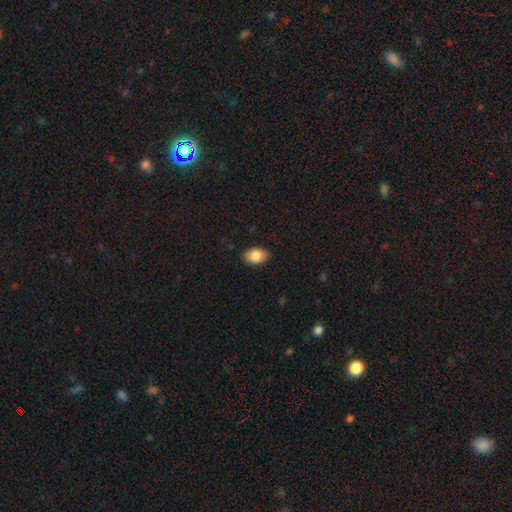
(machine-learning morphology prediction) Smooth or featured?
  - smooth: 86% *
  - star or artifact: 7%
  - featured or disk: 6%
How rounded?
  - in between: 83% *
  - round: 16%
  - cigar-shaped: 1%
Merging?
  - none: 86% *
  - minor disturbance: 11%
  - major disturbance: 2%
  - merger: 1%